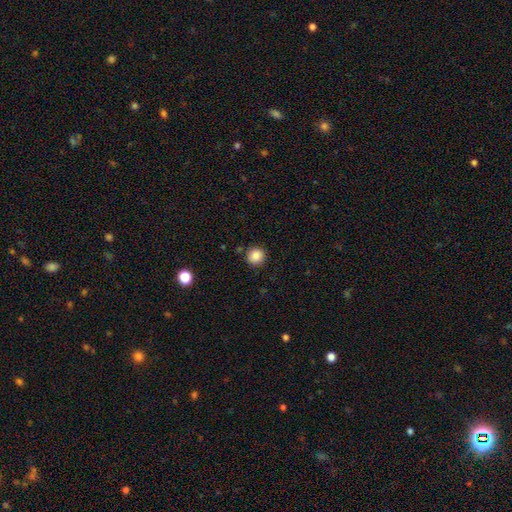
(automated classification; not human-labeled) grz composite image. It shows a smooth galaxy with no disk features (87%) that is round (93%). Merging: none (88%).